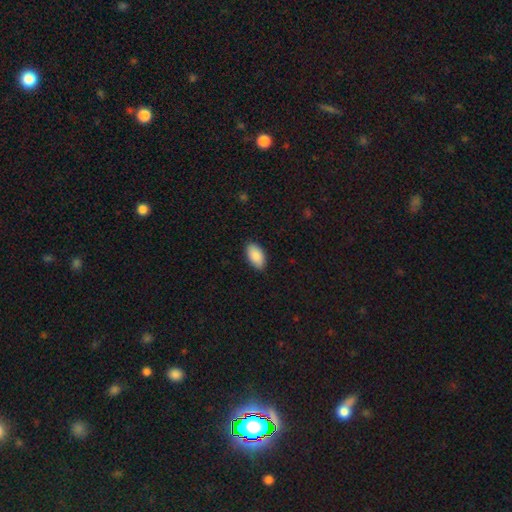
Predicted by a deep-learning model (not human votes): smooth-or-featured: smooth: 89% | star or artifact: 6% | featured or disk: 4%
  how-rounded: in between: 95% | round: 3% | cigar-shaped: 2%
  merging: none: 87% | minor disturbance: 10% | major disturbance: 2% | merger: 1%